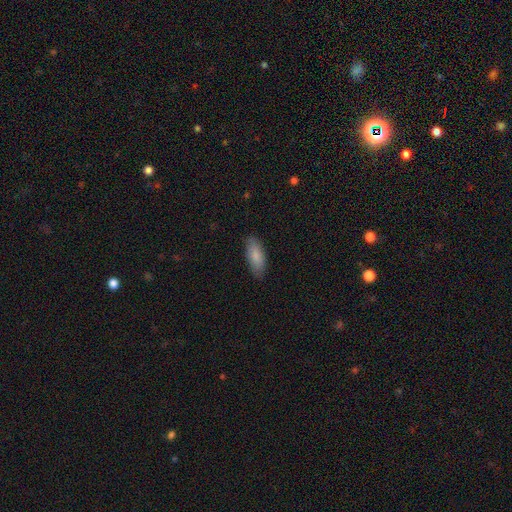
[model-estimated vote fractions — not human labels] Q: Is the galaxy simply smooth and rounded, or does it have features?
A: smooth — 85%.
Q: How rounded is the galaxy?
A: in between — 75%.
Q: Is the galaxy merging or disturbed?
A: none — 85%.